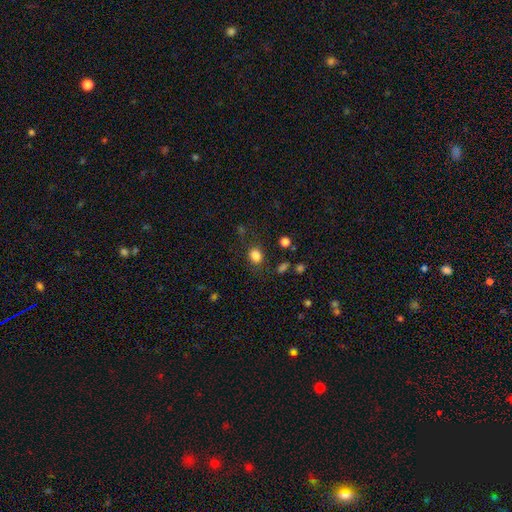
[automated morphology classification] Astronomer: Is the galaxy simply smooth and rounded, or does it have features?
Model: smooth — 83%.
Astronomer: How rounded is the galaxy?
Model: in between — 53% (runner-up: round, 45%).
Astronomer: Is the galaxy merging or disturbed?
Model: none — 76%.